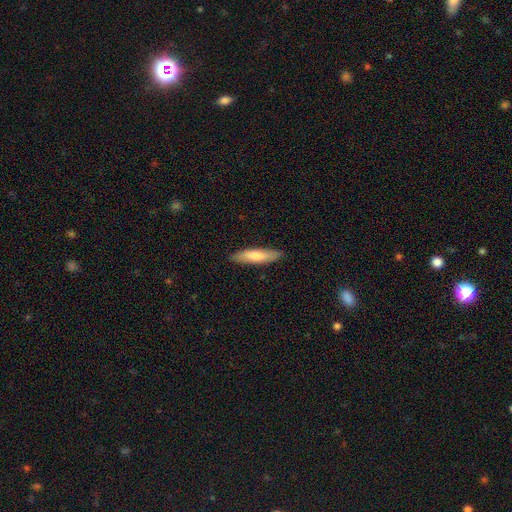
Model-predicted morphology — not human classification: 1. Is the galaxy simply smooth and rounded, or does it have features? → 76% smooth, 19% featured or disk, 5% star or artifact.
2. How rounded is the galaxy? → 74% cigar-shaped, 24% in between, 1% round.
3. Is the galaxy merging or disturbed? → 87% none, 10% minor disturbance, 2% major disturbance, 1% merger.